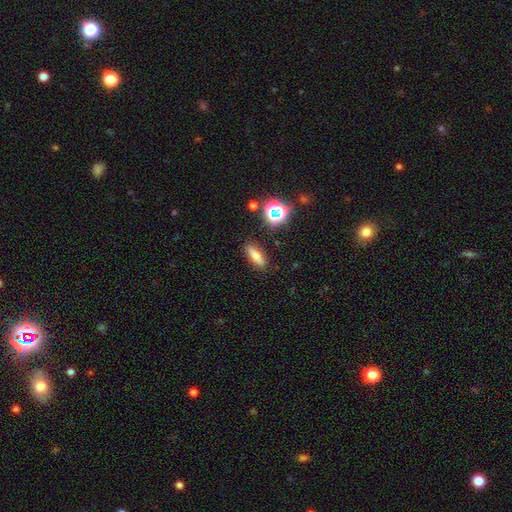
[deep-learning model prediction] Smooth or featured? Predicted: smooth (p=0.68). How rounded? Predicted: cigar-shaped (p=0.49). Merging? Predicted: none (p=0.88).